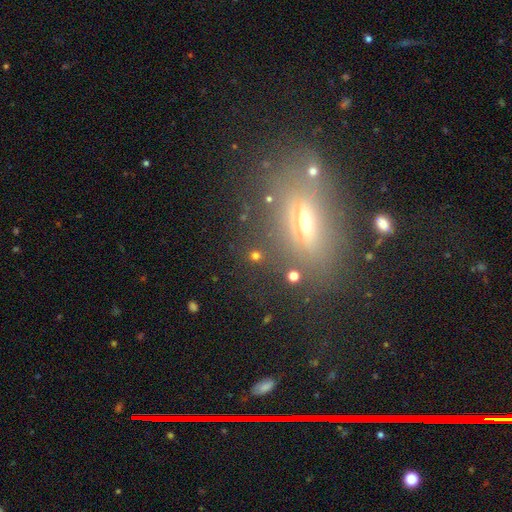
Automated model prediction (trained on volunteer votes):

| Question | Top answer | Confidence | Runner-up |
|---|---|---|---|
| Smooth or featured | smooth | 60% | star or artifact (26%) |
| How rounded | round | 81% | in between (15%) |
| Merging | none | 84% | minor disturbance (7%) |